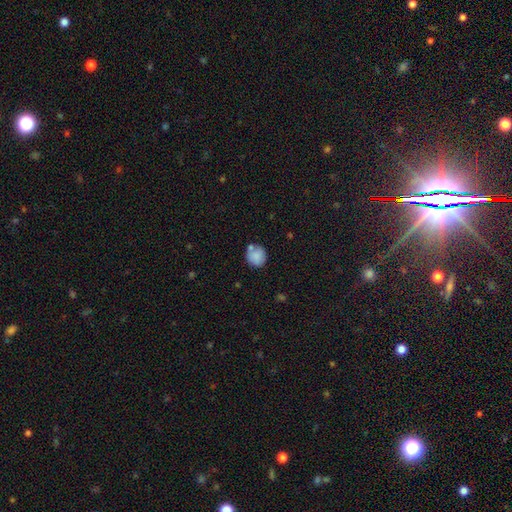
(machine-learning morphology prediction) This is clearly a smooth galaxy (84%). How rounded: clearly round (85%). Merging: likely none (64%).